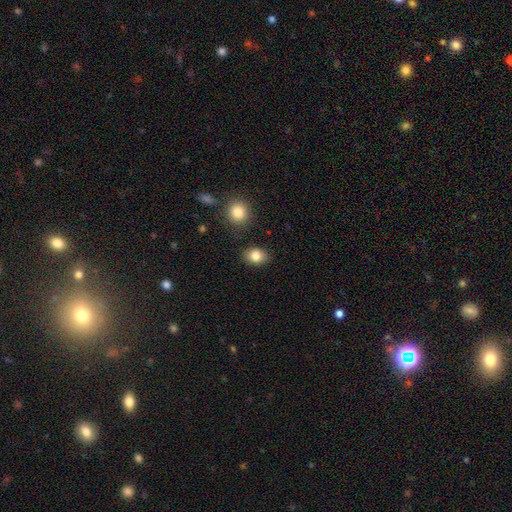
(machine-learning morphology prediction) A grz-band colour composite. It shows a smooth galaxy with no disk features (84%) that is in between round and cigar-shaped (59%). Merging: none (84%).